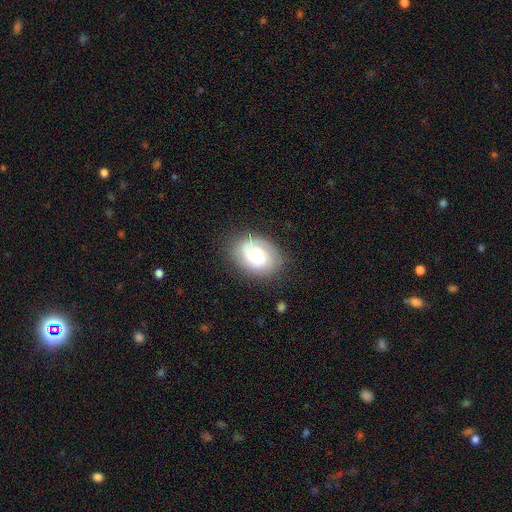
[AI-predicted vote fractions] Overall: featured or disk (72%). Edge-on disk: no (97%). Bar: no (67%; weak 29%). Spiral arms: yes (94%). Spiral arm count: 2 (44%; can't tell 21%). Spiral winding: tight (56%; medium 34%). Bulge size: moderate (51%; small 33%). Merging: none (78%).